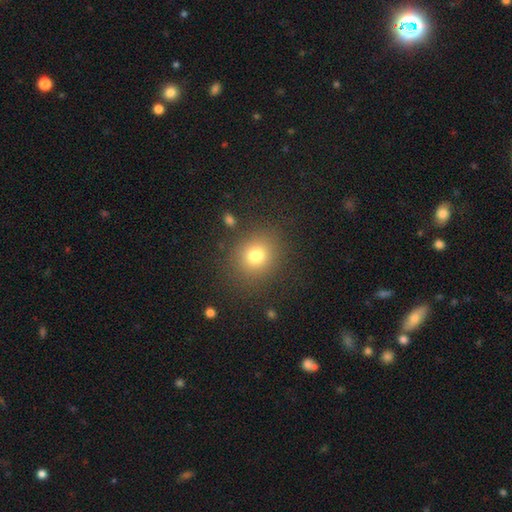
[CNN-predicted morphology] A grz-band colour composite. It shows a smooth galaxy with no disk features (77%) that is round (76%). Merging: none (84%).